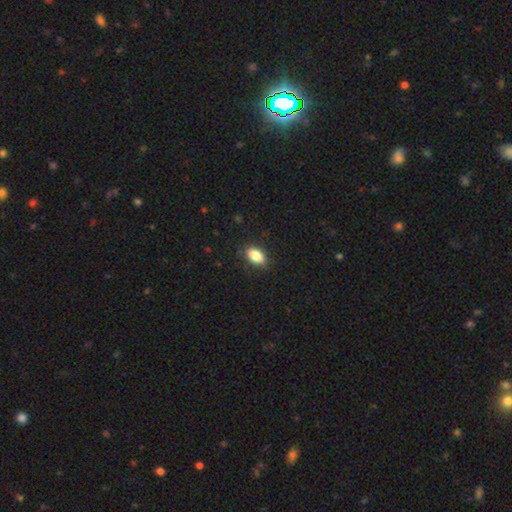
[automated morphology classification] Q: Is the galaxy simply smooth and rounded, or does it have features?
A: smooth — 86%.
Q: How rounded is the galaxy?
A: in between — 90%.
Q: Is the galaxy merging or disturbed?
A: none — 84%.